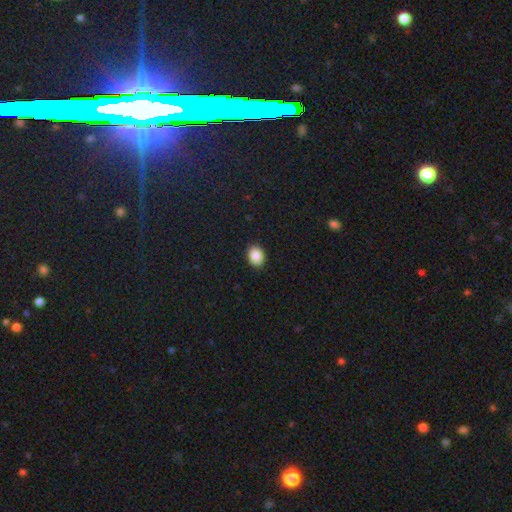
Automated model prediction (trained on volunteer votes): Smooth or featured? Predicted: smooth (p=0.89). How rounded? Predicted: in between (p=0.61). Merging? Predicted: none (p=0.90).